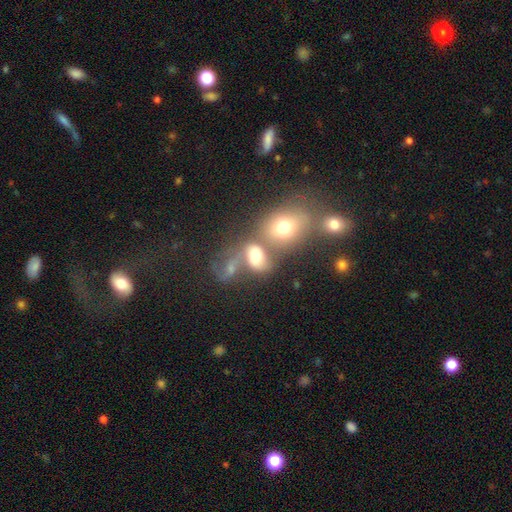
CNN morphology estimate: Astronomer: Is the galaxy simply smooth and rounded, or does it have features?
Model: smooth — 56%.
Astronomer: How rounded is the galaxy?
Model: in between — 71%.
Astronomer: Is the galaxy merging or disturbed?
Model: merger — 55%.